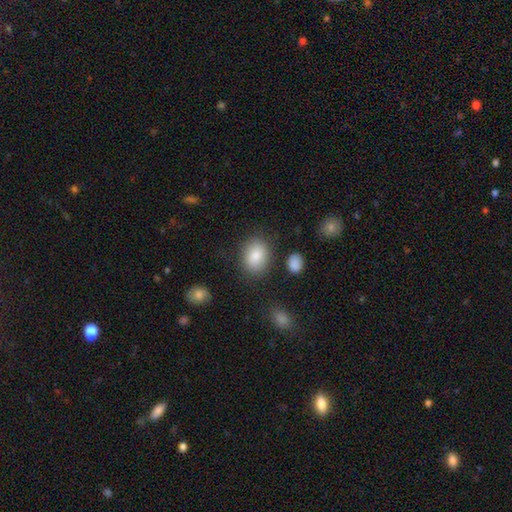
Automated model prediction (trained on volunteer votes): A smooth galaxy with no disk features (85%) that is in between round and cigar-shaped (64%).

Vote fractions:
- Smooth or featured? smooth: 85% / star or artifact: 8% / featured or disk: 7%
- How rounded? in between: 64% / round: 35% / cigar-shaped: 1%
- Merging? none: 81% / minor disturbance: 12% / major disturbance: 4% / merger: 3%